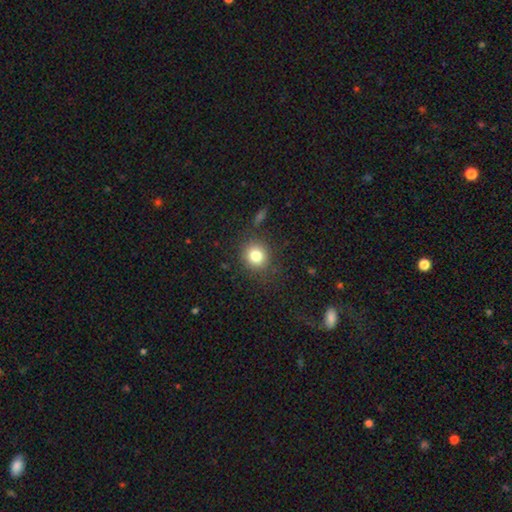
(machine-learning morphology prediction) Smooth or featured? smooth (80%)
How rounded? round (88%)
Merging? none (86%)